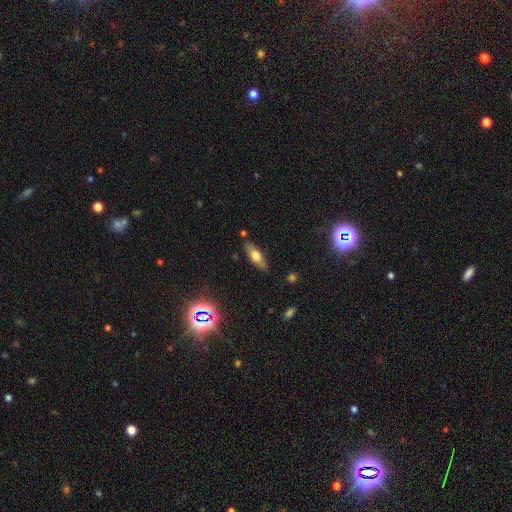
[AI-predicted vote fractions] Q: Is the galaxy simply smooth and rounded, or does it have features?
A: smooth — 62%.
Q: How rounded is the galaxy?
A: in between — 62%.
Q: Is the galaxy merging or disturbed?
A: none — 84%.